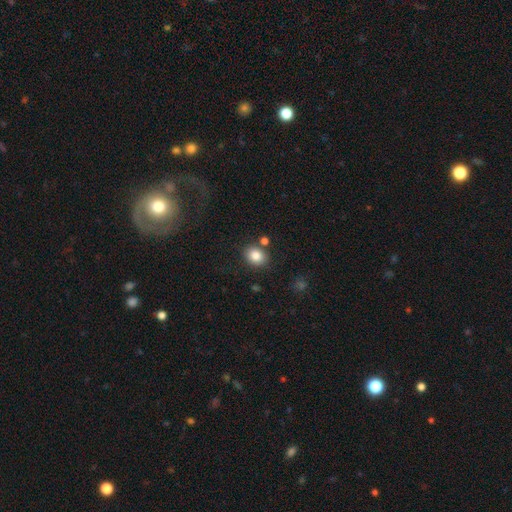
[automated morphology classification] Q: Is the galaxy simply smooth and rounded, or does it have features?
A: smooth — 84%.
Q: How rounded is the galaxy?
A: round — 55%.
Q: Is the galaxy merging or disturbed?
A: none — 80%.